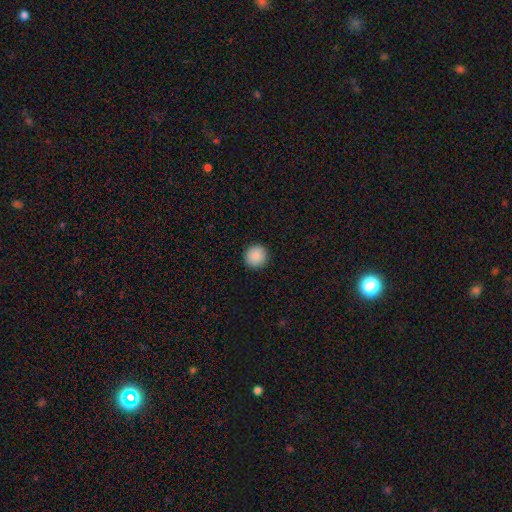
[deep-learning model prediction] smooth_or_featured: smooth (p=0.90) [alt: star or artifact p=0.08]
how_rounded: round (p=0.95) [alt: in between p=0.04]
merging: none (p=0.93) [alt: minor disturbance p=0.05]